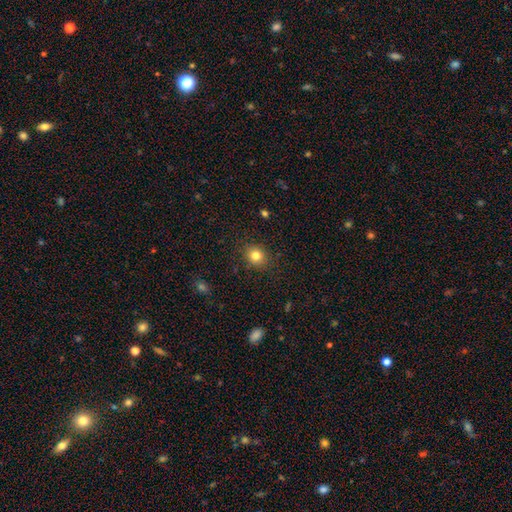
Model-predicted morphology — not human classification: smooth-or-featured: smooth: 81% | star or artifact: 12% | featured or disk: 7%
  how-rounded: round: 73% | in between: 26% | cigar-shaped: 1%
  merging: none: 88% | minor disturbance: 8% | major disturbance: 3% | merger: 1%